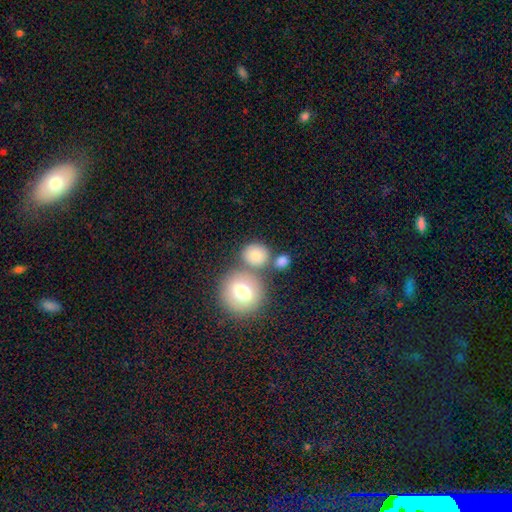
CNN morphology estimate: This appears to be a smooth galaxy with no disk features (81%) that is round (77%). Merging: none (60%).